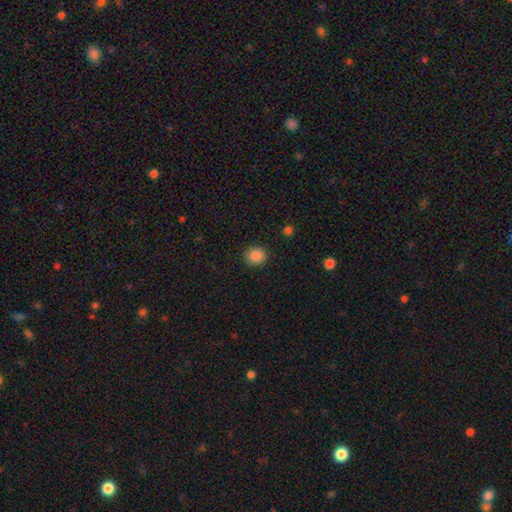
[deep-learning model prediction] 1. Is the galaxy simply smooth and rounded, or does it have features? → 87% smooth, 10% star or artifact, 3% featured or disk.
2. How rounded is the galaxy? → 85% round, 14% in between, 1% cigar-shaped.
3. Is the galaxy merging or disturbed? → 91% none, 6% minor disturbance, 2% major disturbance, 1% merger.